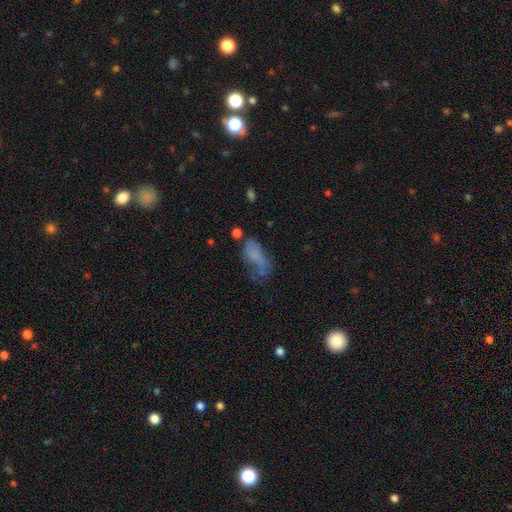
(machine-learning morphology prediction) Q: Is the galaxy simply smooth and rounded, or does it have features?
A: smooth — 53%.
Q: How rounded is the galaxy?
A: in between — 86%.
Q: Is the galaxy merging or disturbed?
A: major disturbance — 39%.